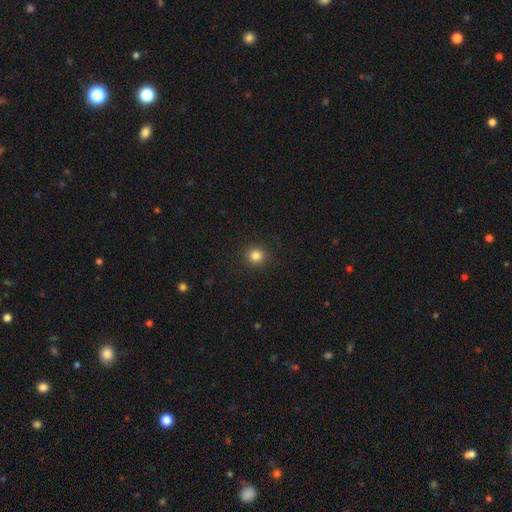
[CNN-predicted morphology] A smooth galaxy with no disk features (83%) that is round (92%). Merging: none (91%).